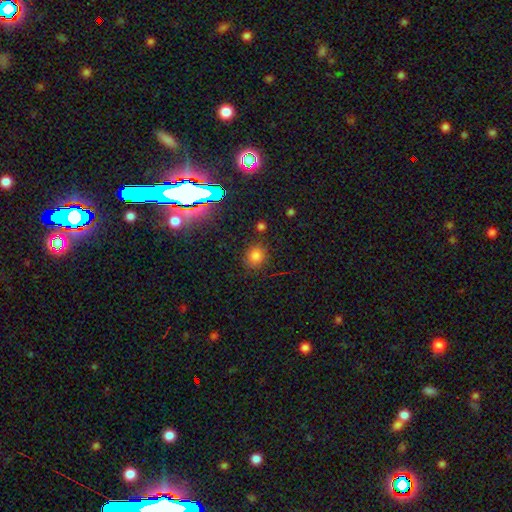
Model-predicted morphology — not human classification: A smooth galaxy with no disk features (74%) that is round (70%). Merging: none (81%).